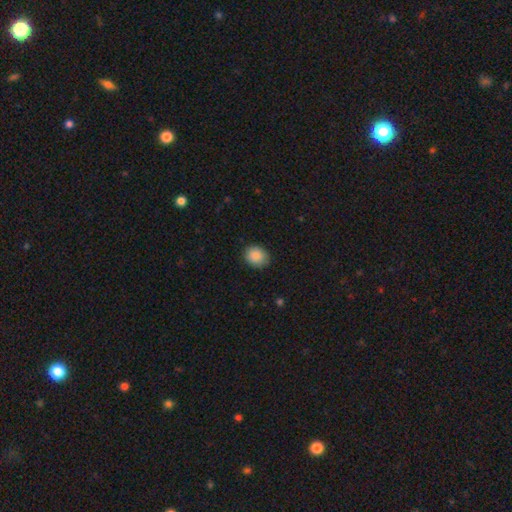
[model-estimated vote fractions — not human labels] Morphology: type=smooth (88%); roundness=round (62%); merging=none (85%).